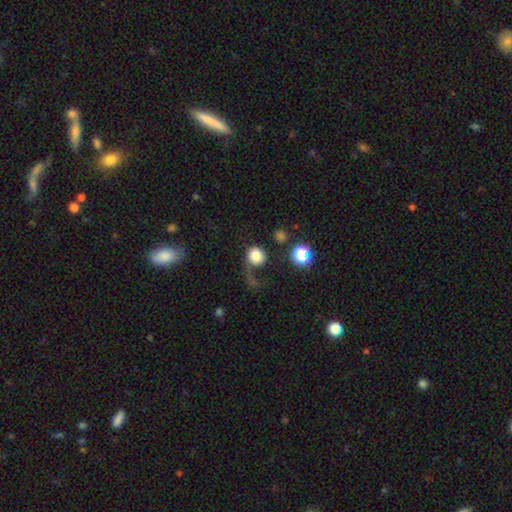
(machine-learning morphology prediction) Smooth or featured? smooth (74%)
How rounded? round (81%)
Merging? major disturbance (43%)